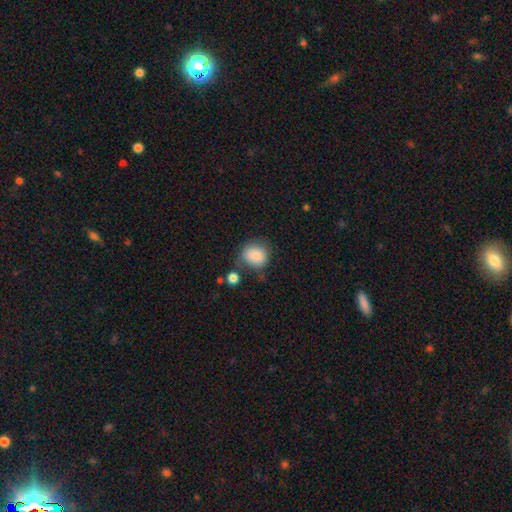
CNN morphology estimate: A smooth galaxy with no disk features (83%) that is round (73%). Merging: none (62%).